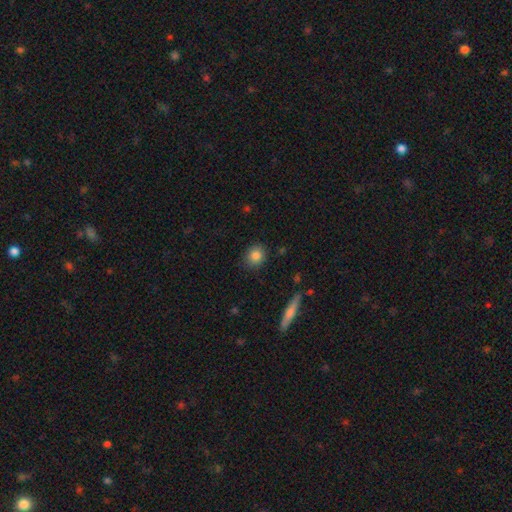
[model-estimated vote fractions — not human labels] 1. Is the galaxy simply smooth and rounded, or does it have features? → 84% smooth, 9% star or artifact, 7% featured or disk.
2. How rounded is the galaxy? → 72% round, 26% in between, 2% cigar-shaped.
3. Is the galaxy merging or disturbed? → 87% none, 10% minor disturbance, 2% major disturbance, 1% merger.